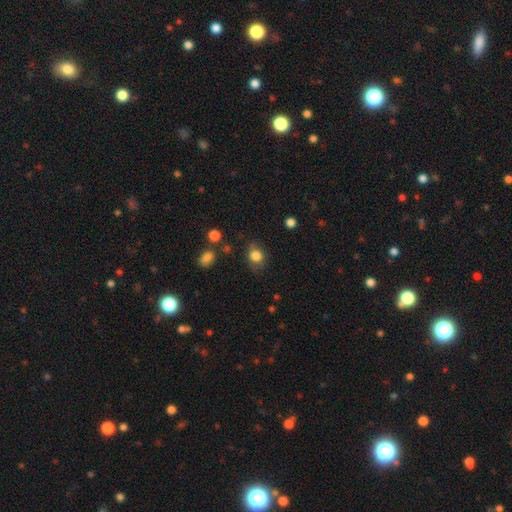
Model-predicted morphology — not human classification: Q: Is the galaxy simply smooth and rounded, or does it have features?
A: smooth — 83%.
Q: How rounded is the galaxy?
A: round — 69%.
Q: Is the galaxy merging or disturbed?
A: none — 73%.